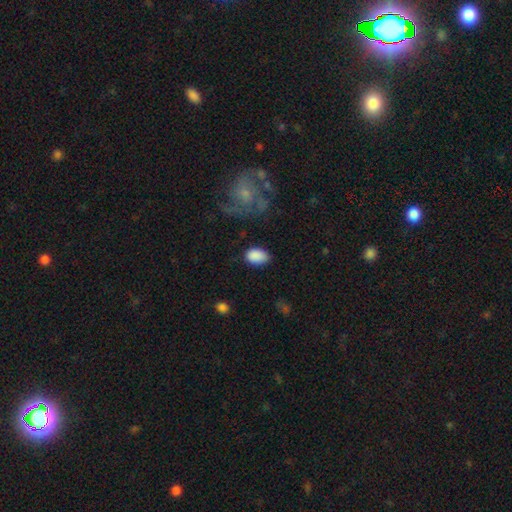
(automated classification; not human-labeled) A smooth galaxy with no disk features (88%) that is in between round and cigar-shaped (87%). Merging: none (77%).